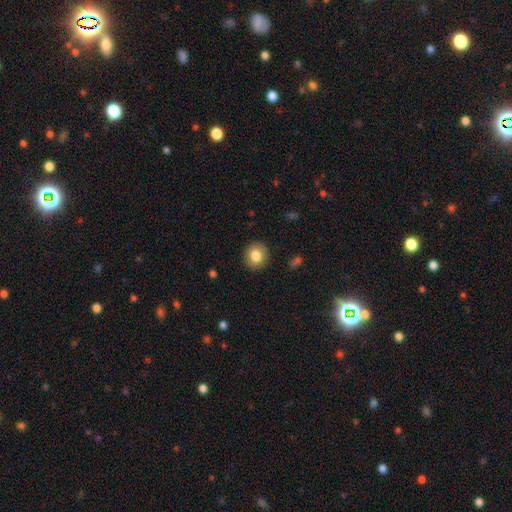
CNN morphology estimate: A smooth galaxy with no disk features (82%) that is round (85%).

Vote fractions:
- Smooth or featured? smooth: 82% / featured or disk: 9% / star or artifact: 9%
- How rounded? round: 85% / in between: 14% / cigar-shaped: 1%
- Merging? none: 90% / minor disturbance: 7% / major disturbance: 2% / merger: 1%